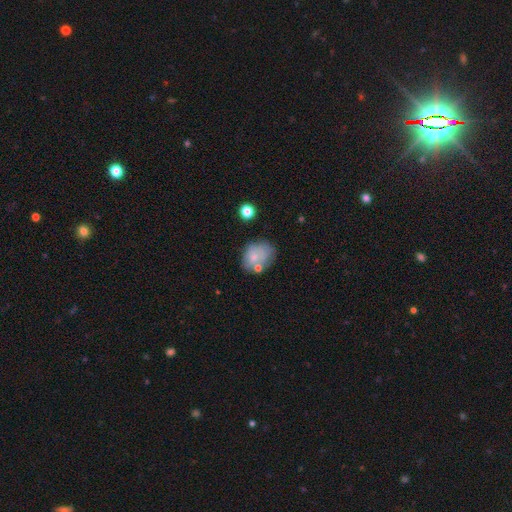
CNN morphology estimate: Smooth or featured?
  - smooth: 68% *
  - featured or disk: 22%
  - star or artifact: 9%
How rounded?
  - in between: 56% *
  - round: 43%
  - cigar-shaped: 1%
Merging?
  - none: 52% *
  - minor disturbance: 25%
  - merger: 13%
  - major disturbance: 10%